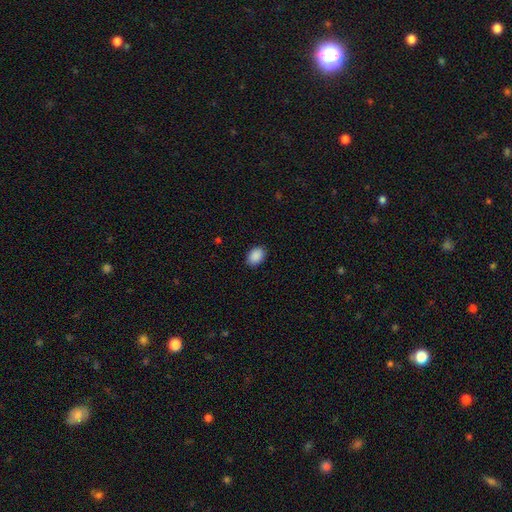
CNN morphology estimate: This is clearly a smooth galaxy (90%). How rounded: likely in between (79%). Merging: clearly none (89%).